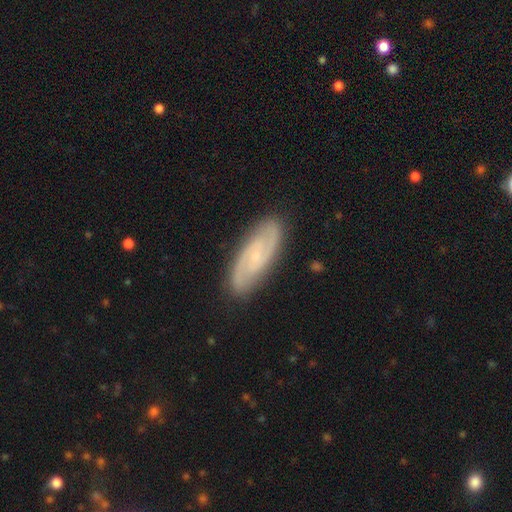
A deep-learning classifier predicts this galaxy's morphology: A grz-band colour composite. It shows a featured or disk galaxy (79%) with no bar (54%), 2 (77%) medium (44%) spiral arms (95%) and a small central bulge (78%). Merging: none (86%).